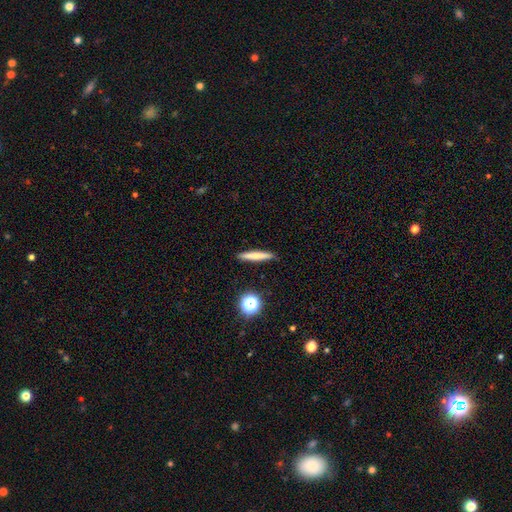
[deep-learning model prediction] A smooth galaxy with no disk features (67%) that is cigar-shaped (93%). Merging: none (90%).